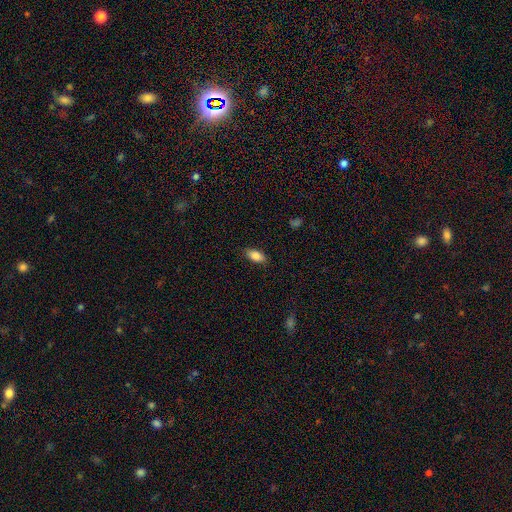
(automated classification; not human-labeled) Morphology: type=smooth (84%); roundness=in between (88%); merging=none (86%).